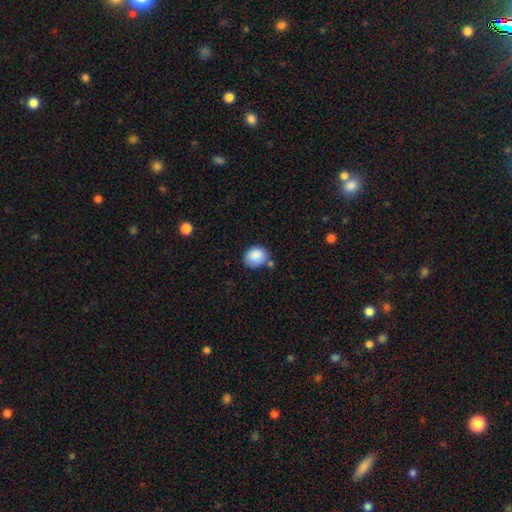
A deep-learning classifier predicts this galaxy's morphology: This is clearly a smooth galaxy (87%). How rounded: possibly round (51%). Merging: likely none (65%).